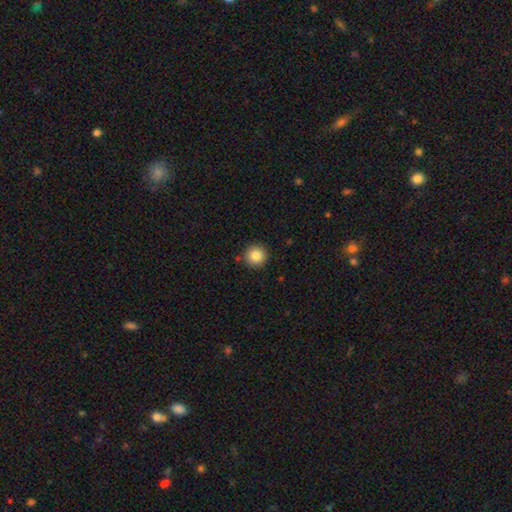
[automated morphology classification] Smooth or featured: smooth — 85% (star or artifact — 10%)
How rounded: round — 95% (in between — 4%)
Merging: none — 89% (minor disturbance — 7%)